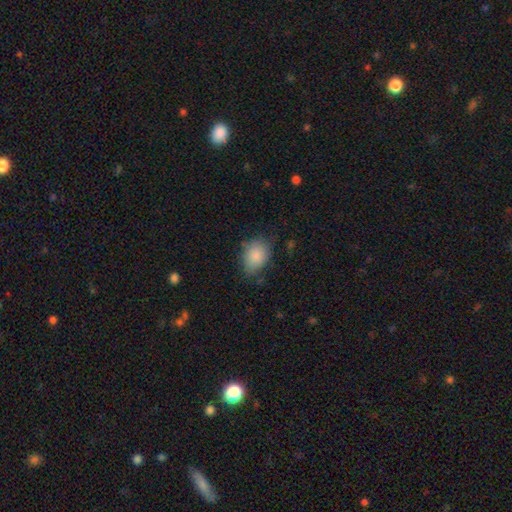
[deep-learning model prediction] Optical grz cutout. It shows a smooth galaxy with no disk features (84%) that is in between round and cigar-shaped (68%). Merging: none (65%).